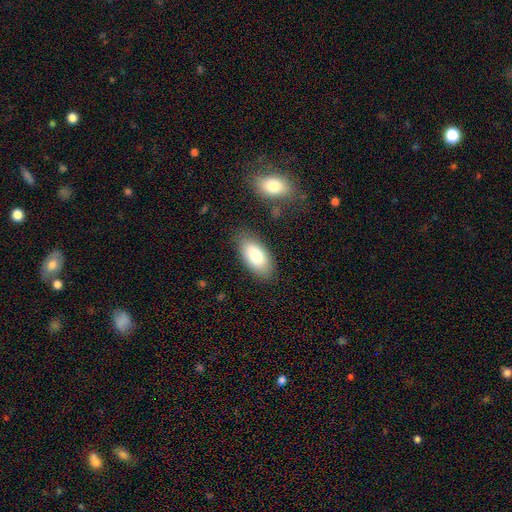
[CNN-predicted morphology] The model was most divided on "smooth or featured": smooth: 79%, featured or disk: 14%, star or artifact: 7%. More confident: how rounded — in between (92%); merging — none (81%).